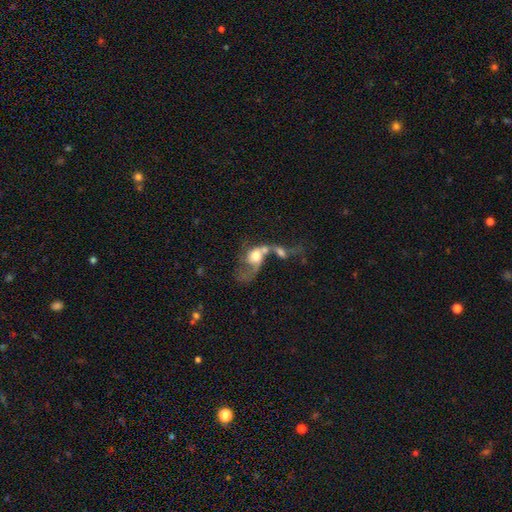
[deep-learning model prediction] Smooth or featured: featured or disk — 53% (smooth — 38%)
Edge-on disk: no — 95% (yes — 5%)
Bar: no — 77% (weak — 20%)
Spiral arms: yes — 64% (no — 36%)
Bulge size: moderate — 45% (large — 36%)
Merging: merger — 68% (major disturbance — 19%)